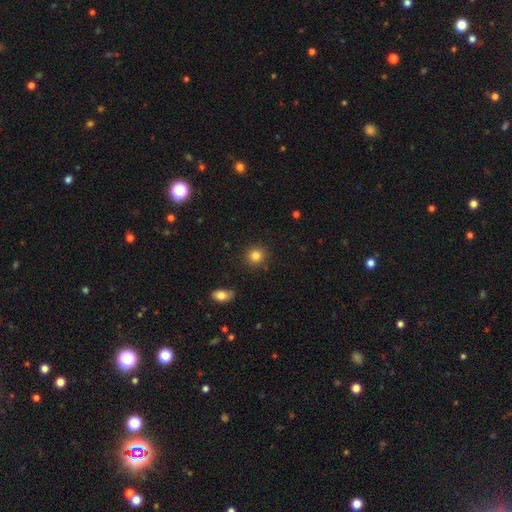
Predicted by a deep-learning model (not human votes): smooth_or_featured: smooth (p=0.84) [alt: star or artifact p=0.11]
how_rounded: round (p=0.88) [alt: in between p=0.11]
merging: none (p=0.89) [alt: minor disturbance p=0.07]